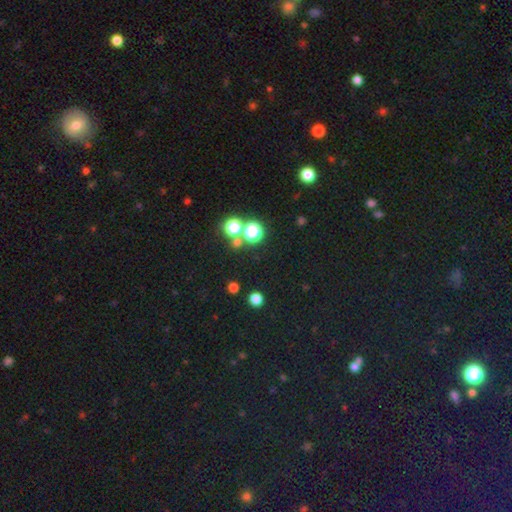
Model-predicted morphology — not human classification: The model was most divided on "smooth or featured": star or artifact: 68%, smooth: 24%, featured or disk: 8%.